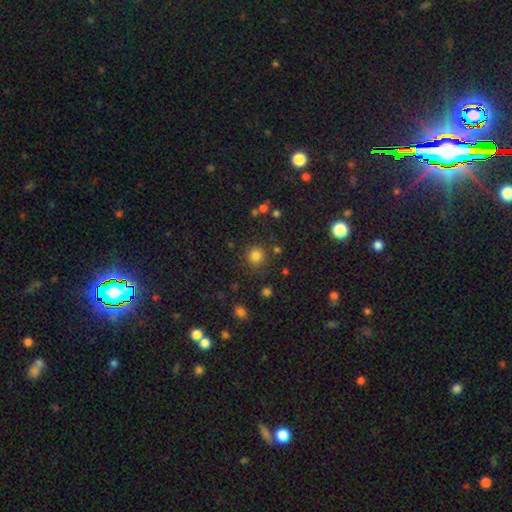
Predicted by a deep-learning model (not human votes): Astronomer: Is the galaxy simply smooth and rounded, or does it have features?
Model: smooth — 81%.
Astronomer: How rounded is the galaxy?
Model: round — 92%.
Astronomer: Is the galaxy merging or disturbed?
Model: none — 84%.